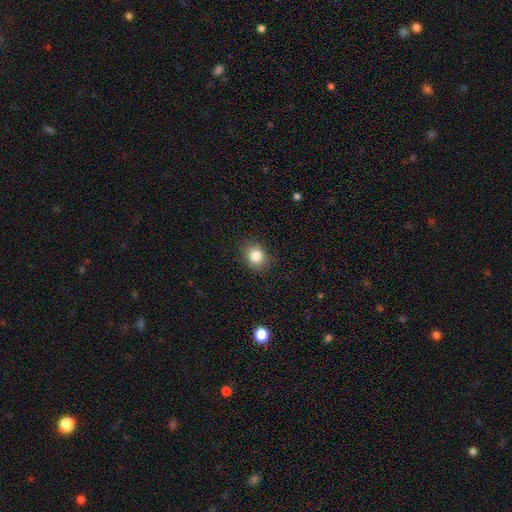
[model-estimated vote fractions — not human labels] smooth-or-featured: smooth: 83% | star or artifact: 11% | featured or disk: 6%
  how-rounded: round: 68% | in between: 31% | cigar-shaped: 1%
  merging: none: 86% | minor disturbance: 10% | major disturbance: 3% | merger: 1%